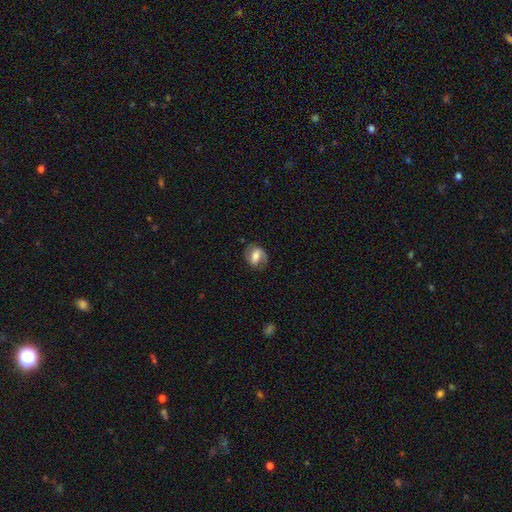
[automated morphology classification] Smooth or featured? featured or disk (60%)
Edge-on disk? no (96%)
Bar? strong (40%)
Spiral arms? yes (83%)
Bulge size? moderate (49%)
Merging? none (75%)